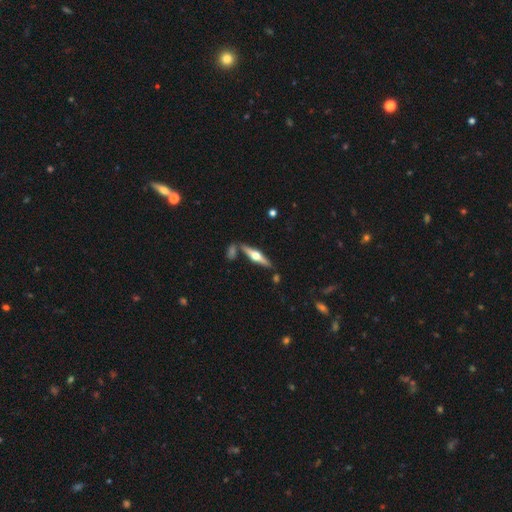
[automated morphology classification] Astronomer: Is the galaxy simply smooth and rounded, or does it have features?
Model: featured or disk — 71%.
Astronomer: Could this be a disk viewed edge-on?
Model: yes — 96%.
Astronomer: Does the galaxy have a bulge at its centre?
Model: rounded — 95%.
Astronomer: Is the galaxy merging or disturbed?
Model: none — 81%.